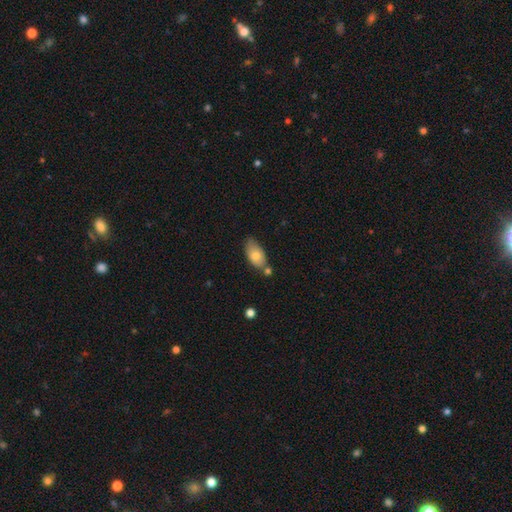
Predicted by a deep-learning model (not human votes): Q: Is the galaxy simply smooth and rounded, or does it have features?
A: smooth — 77%.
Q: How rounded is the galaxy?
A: in between — 92%.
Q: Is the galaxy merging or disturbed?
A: none — 54%.